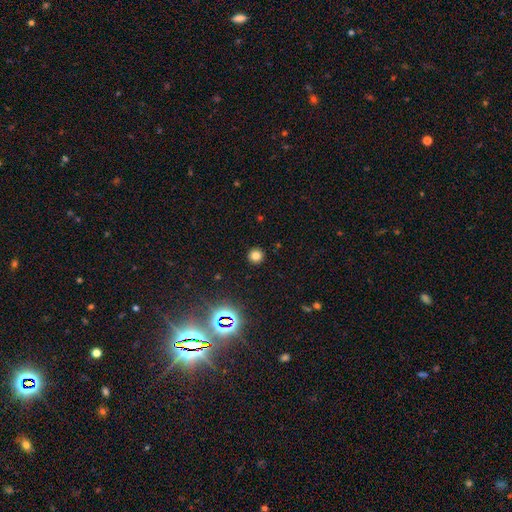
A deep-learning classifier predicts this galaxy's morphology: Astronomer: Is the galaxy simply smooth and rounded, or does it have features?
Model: smooth — 77%.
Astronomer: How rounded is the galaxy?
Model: round — 95%.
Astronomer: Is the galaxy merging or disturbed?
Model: none — 92%.